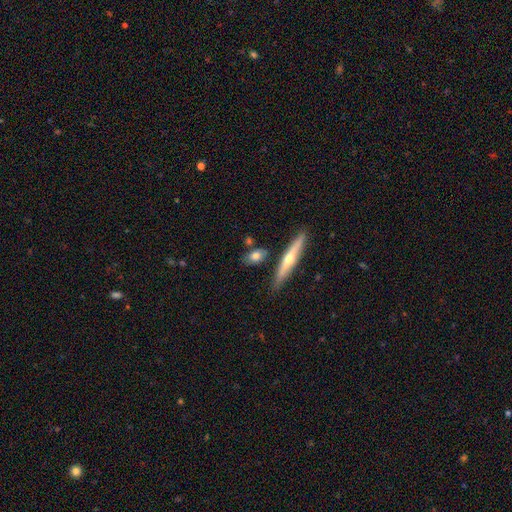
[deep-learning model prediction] A smooth galaxy with no disk features (67%) that is in between round and cigar-shaped (61%). Merging: none (74%).